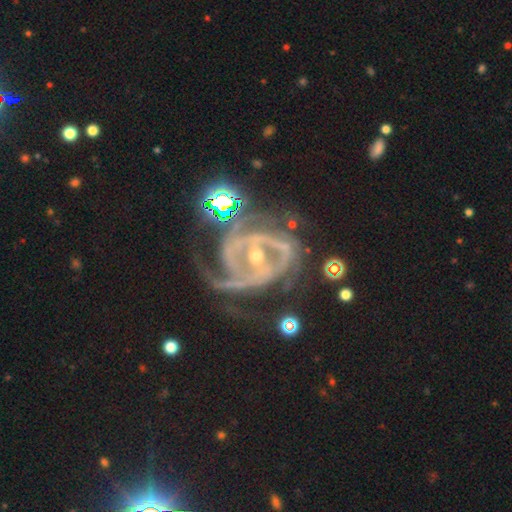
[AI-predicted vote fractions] A featured or disk galaxy (90%) with a strong bar (50%), 2 (41%) tight (47%) spiral arms (96%) and a small central bulge (59%).

Vote fractions:
- Smooth or featured? featured or disk: 90% / star or artifact: 6% / smooth: 4%
- Edge-on disk? no: 97% / yes: 3%
- Bar? strong: 50% / weak: 31% / no: 18%
- Spiral arms? yes: 96% / no: 4%
- Spiral winding? tight: 47% / medium: 42% / loose: 11%
- Spiral arm count? 2: 41% / 3: 26% / can't tell: 14% / 4: 7% / 1: 6% / more than 4: 5%
- Bulge size? small: 59% / moderate: 37% / large: 1% / none: 1% / dominant: 1%
- Merging? none: 46% / major disturbance: 29% / minor disturbance: 22% / merger: 4%